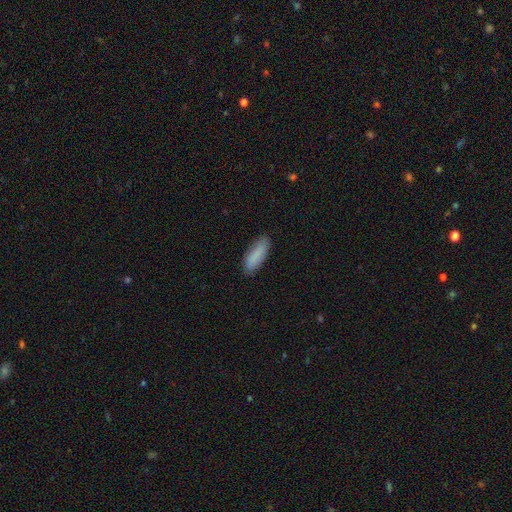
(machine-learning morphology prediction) A smooth galaxy with no disk features (87%) that is in between round and cigar-shaped (54%). Merging: none (84%).